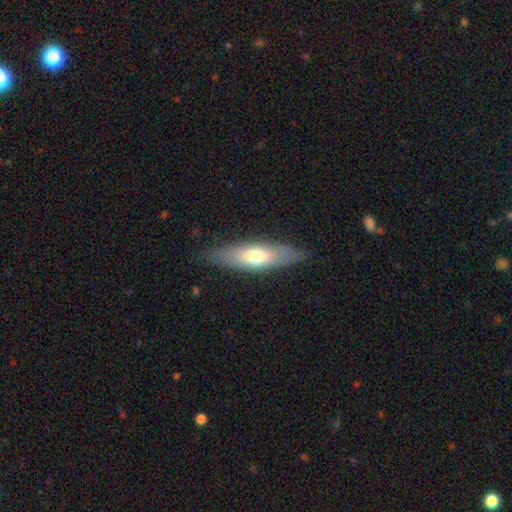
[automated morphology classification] smooth_or_featured: smooth (p=0.60) [alt: featured or disk p=0.34]
how_rounded: in between (p=0.51) [alt: cigar-shaped p=0.47]
merging: none (p=0.81) [alt: minor disturbance p=0.14]